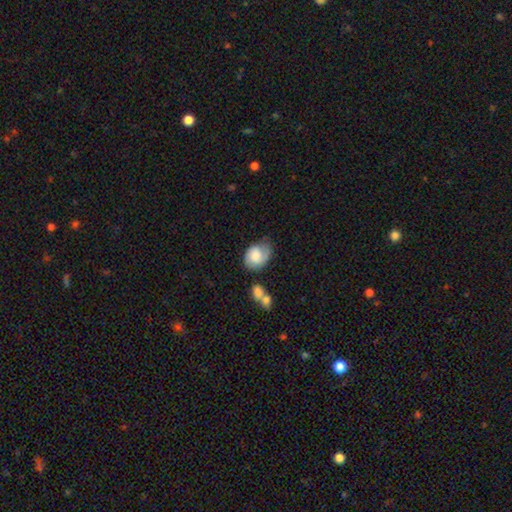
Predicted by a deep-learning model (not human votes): Overall: smooth (54%; featured or disk 39%). How rounded: in between (66%; round 33%). Merging: none (54%; minor disturbance 30%).